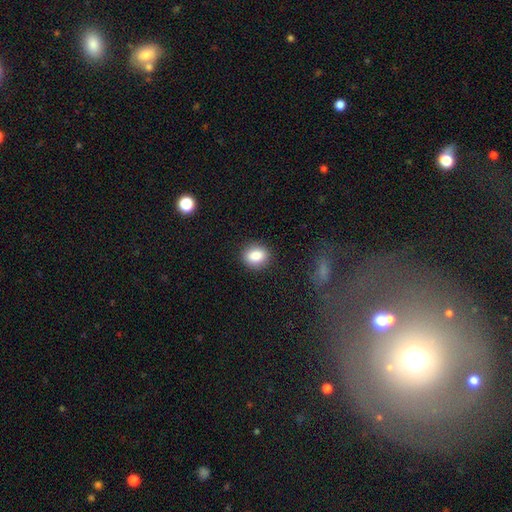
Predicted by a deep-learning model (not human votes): Morphology: type=smooth (85%); roundness=round (62%); merging=none (89%).